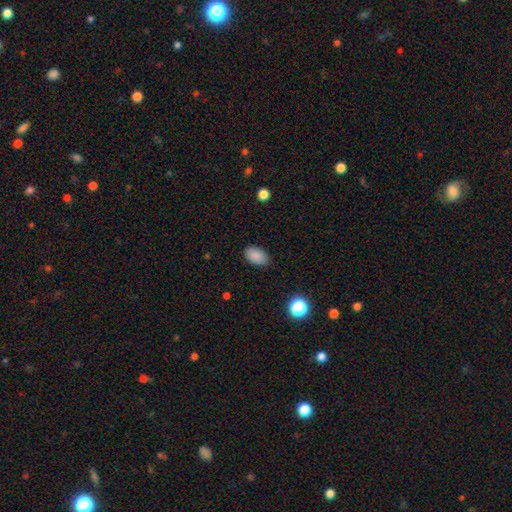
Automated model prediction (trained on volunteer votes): Smooth or featured: smooth — 87% (star or artifact — 9%)
How rounded: in between — 91% (round — 8%)
Merging: none — 85% (minor disturbance — 11%)